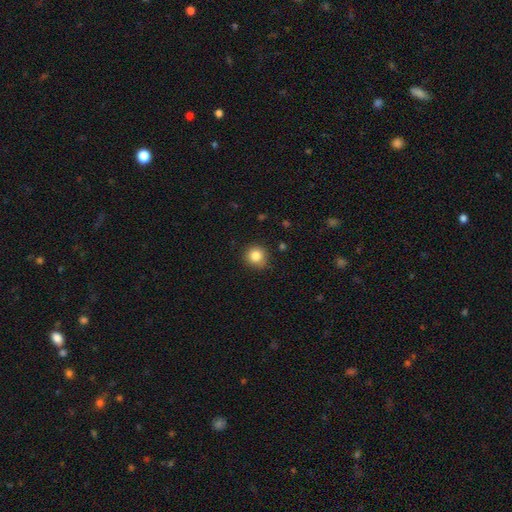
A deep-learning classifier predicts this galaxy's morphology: type=smooth (84%); roundness=round (91%); merging=none (85%).